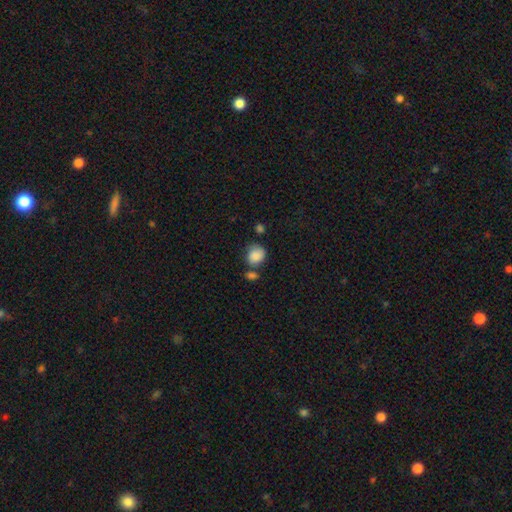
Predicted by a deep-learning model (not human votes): This appears to be a smooth galaxy with no disk features (83%) that is round (68%). Merging: none (46%).